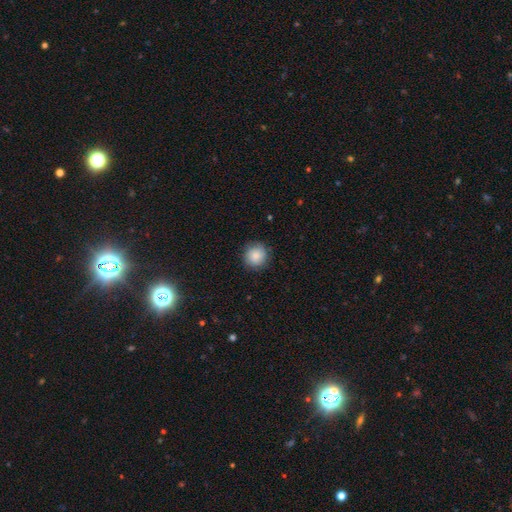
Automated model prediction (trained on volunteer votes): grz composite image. It shows a smooth galaxy with no disk features (87%) that is round (92%). Merging: none (87%).